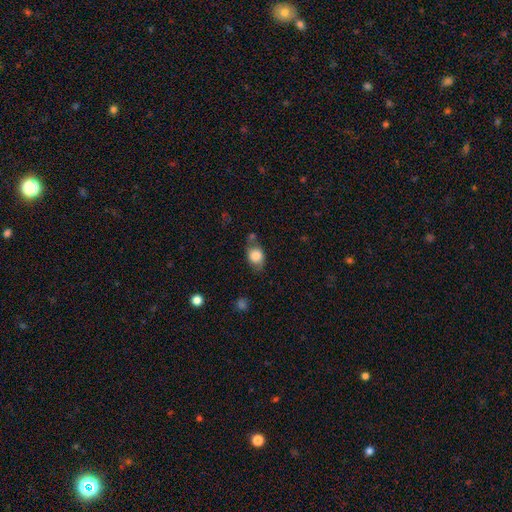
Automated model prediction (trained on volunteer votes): This appears to be a smooth galaxy with no disk features (81%) that is in between round and cigar-shaped (58%). Merging: none (56%).